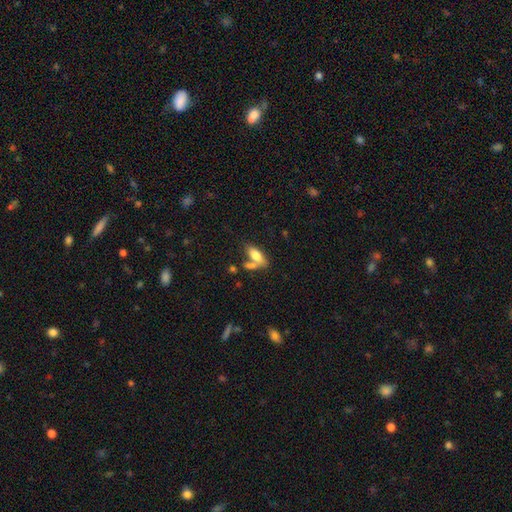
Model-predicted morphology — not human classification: This appears to be a smooth galaxy with no disk features (76%) that is in between round and cigar-shaped (81%). Merging: none (45%).